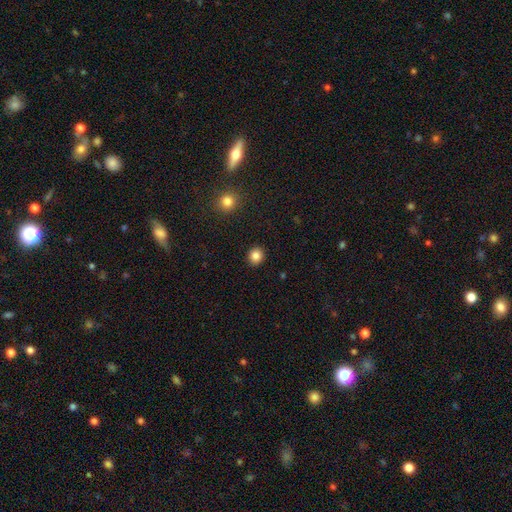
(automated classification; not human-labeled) This appears to be a smooth galaxy with no disk features (84%) that is round (86%). Merging: none (92%).